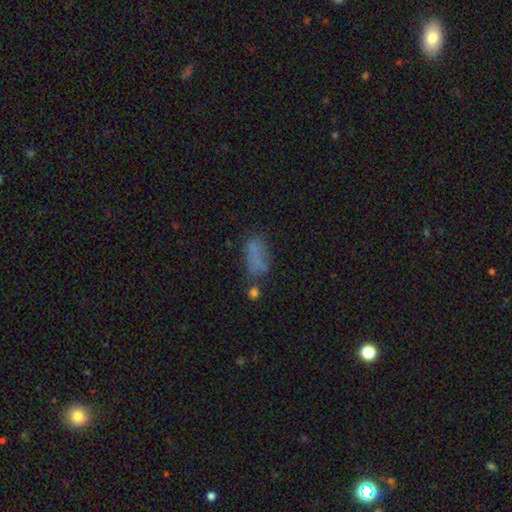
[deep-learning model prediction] A smooth galaxy with no disk features (68%) that is in between round and cigar-shaped (79%). Merging: none (47%).